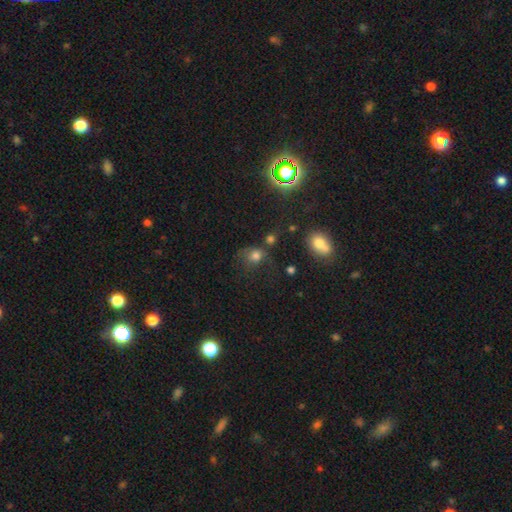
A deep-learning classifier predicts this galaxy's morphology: Smooth or featured? smooth (69%)
How rounded? round (66%)
Merging? none (41%)